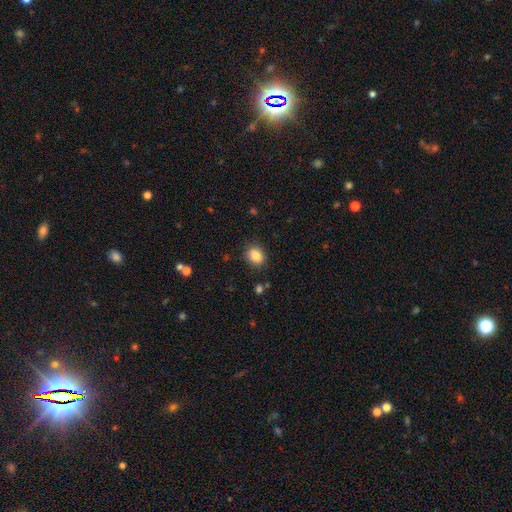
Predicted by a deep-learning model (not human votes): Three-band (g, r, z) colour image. It shows a smooth galaxy with no disk features (86%) that is round (56%). Merging: none (84%).